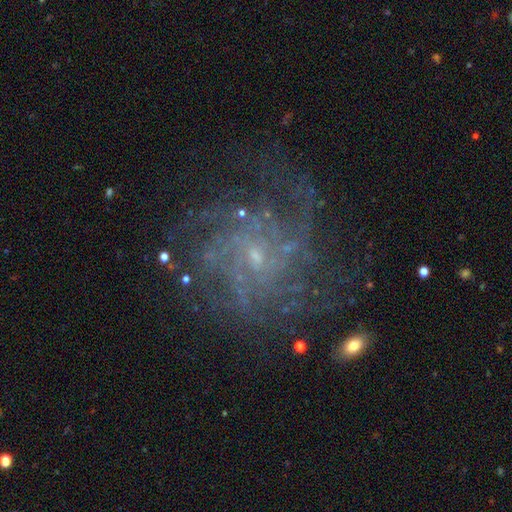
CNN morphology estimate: Smooth or featured? Predicted: featured or disk (p=0.82). Edge-on disk? Predicted: no (p=0.98). Bar? Predicted: no (p=0.65). Spiral arms? Predicted: yes (p=0.91). Spiral winding? Predicted: tight (p=0.50). Spiral arm count? Predicted: can't tell (p=0.34). Bulge size? Predicted: small (p=0.76). Merging? Predicted: none (p=0.69).